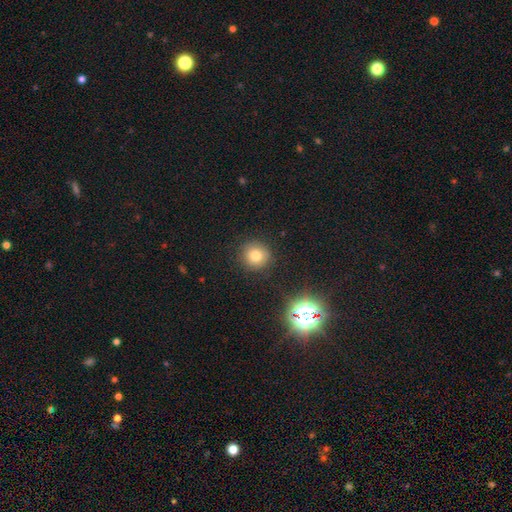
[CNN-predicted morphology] Overall: smooth (75%). How rounded: round (92%). Merging: none (88%).